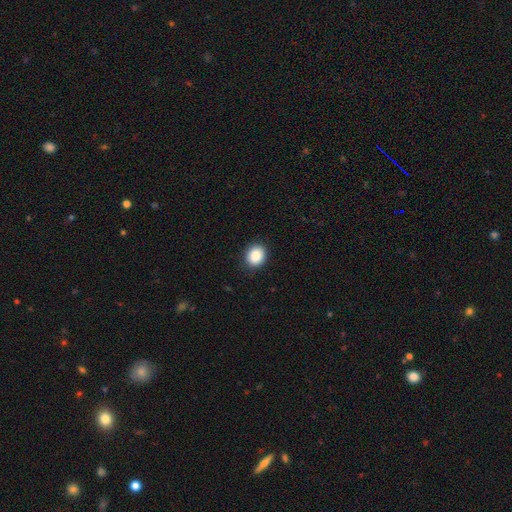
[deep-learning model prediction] The model was most divided on "how rounded": round: 65%, in between: 34%, cigar-shaped: 1%. More confident: merging — none (90%); smooth or featured — smooth (88%).